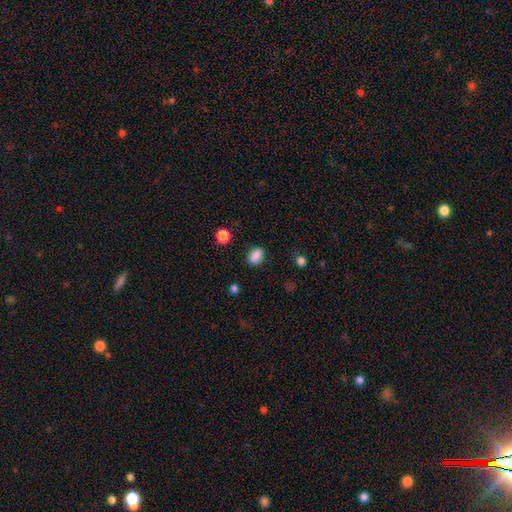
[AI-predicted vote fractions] A smooth galaxy with no disk features (87%) that is in between round and cigar-shaped (75%).

Vote fractions:
- Smooth or featured? smooth: 87% / star or artifact: 10% / featured or disk: 3%
- How rounded? in between: 75% / round: 24% / cigar-shaped: 2%
- Merging? none: 84% / minor disturbance: 11% / major disturbance: 3% / merger: 2%